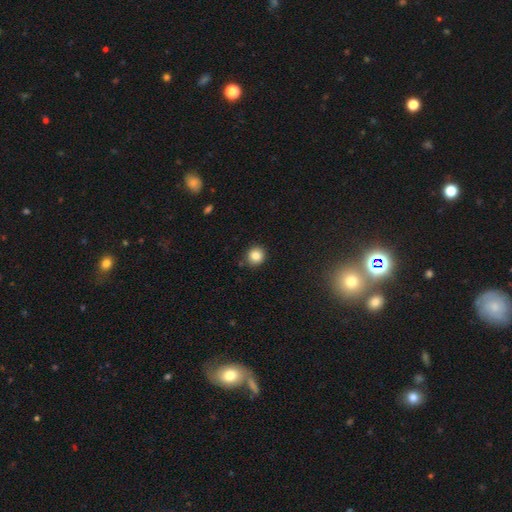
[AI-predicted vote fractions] A smooth galaxy with no disk features (83%) that is round (89%).

Vote fractions:
- Smooth or featured? smooth: 83% / star or artifact: 11% / featured or disk: 6%
- How rounded? round: 89% / in between: 10% / cigar-shaped: 1%
- Merging? none: 88% / minor disturbance: 8% / merger: 2% / major disturbance: 2%